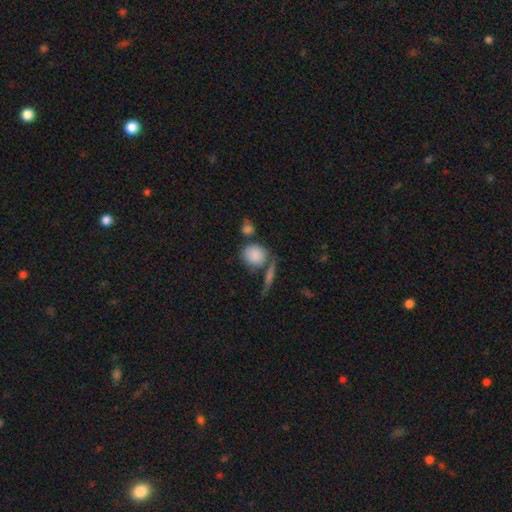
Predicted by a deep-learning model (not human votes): A smooth galaxy with no disk features (84%) that is round (72%). Merging: none (54%).